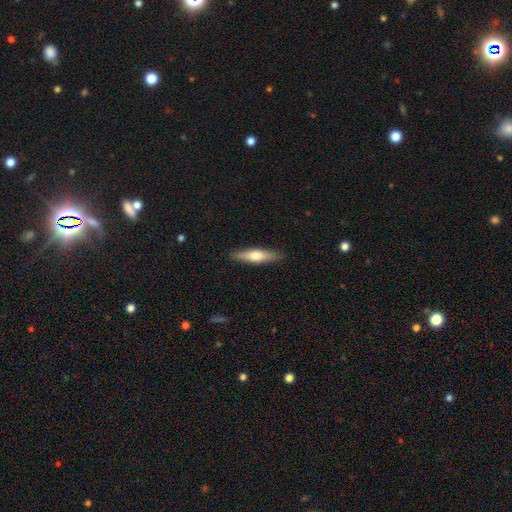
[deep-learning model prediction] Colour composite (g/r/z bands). It shows a smooth galaxy with no disk features (52%) that is cigar-shaped (79%). Merging: none (89%).